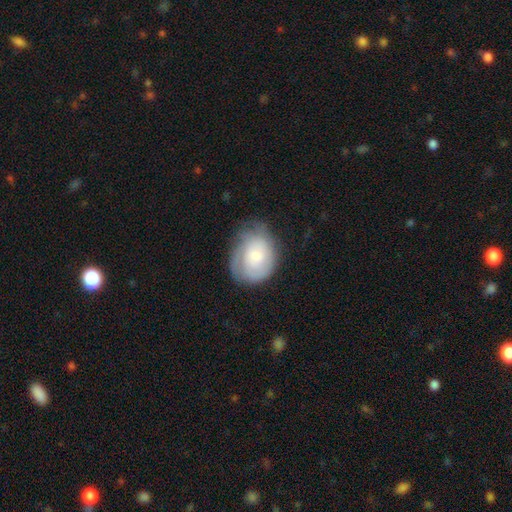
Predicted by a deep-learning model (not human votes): Q: Smooth or featured?
A: featured or disk (47%); tied with: smooth (47%)
Q: Merging?
A: none (59%); runner-up: minor disturbance (28%)